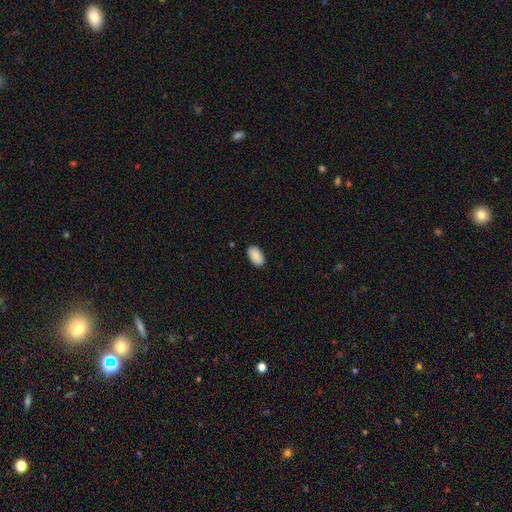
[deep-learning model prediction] The model was most divided on "merging": none: 88%, minor disturbance: 9%, major disturbance: 2%, merger: 1%. More confident: how rounded — in between (95%); smooth or featured — smooth (90%).